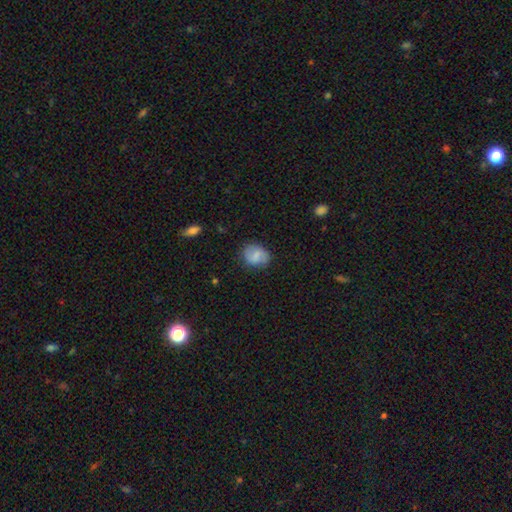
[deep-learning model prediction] Smooth or featured?
  - smooth: 56% *
  - featured or disk: 35%
  - star or artifact: 8%
How rounded?
  - in between: 51% *
  - round: 48%
  - cigar-shaped: 1%
Merging?
  - none: 74% *
  - minor disturbance: 19%
  - major disturbance: 6%
  - merger: 2%